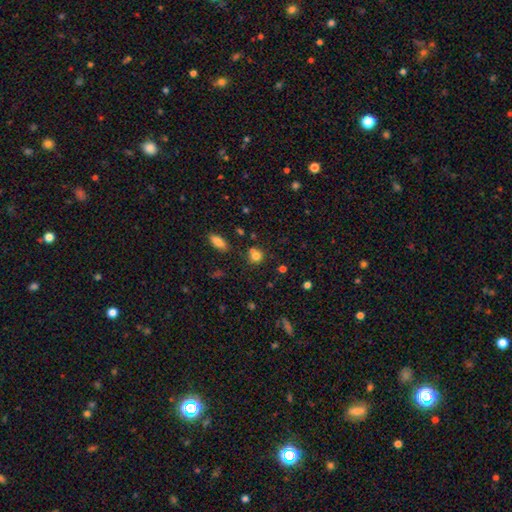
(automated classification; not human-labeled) smooth_or_featured: smooth (p=0.77) [alt: star or artifact p=0.15]
how_rounded: round (p=0.83) [alt: in between p=0.16]
merging: none (p=0.61) [alt: merger p=0.24]